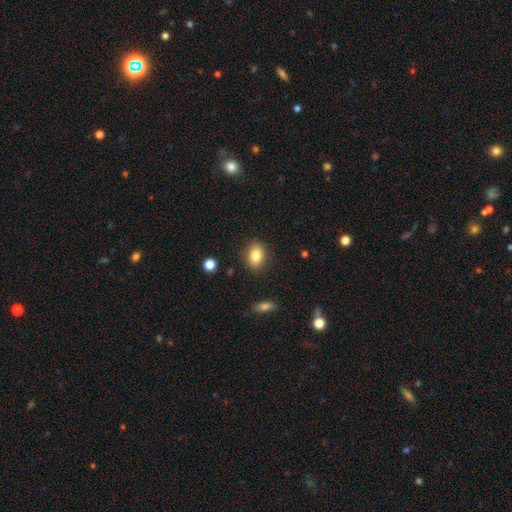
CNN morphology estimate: Smooth or featured? smooth (83%)
How rounded? in between (70%)
Merging? none (87%)